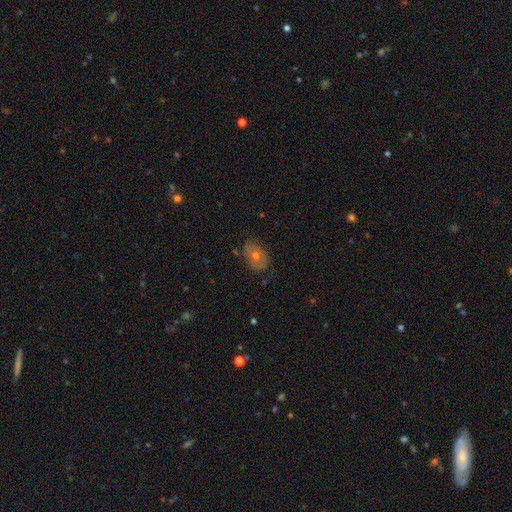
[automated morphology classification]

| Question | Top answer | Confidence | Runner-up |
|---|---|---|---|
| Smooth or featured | smooth | 45% | featured or disk (41%) |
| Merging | none | 75% | minor disturbance (18%) |